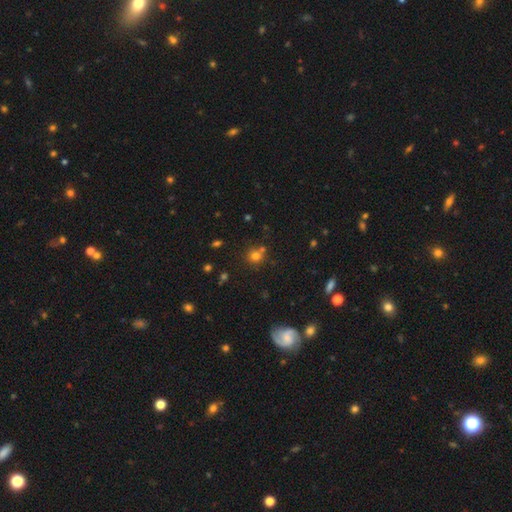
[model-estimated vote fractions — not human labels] This appears to be a smooth galaxy with no disk features (73%) that is round (88%). Merging: none (67%).